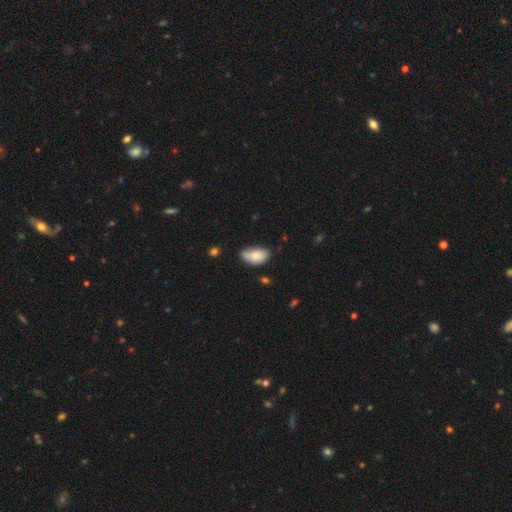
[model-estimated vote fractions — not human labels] A smooth galaxy with no disk features (75%) that is in between round and cigar-shaped (92%). Merging: none (45%).